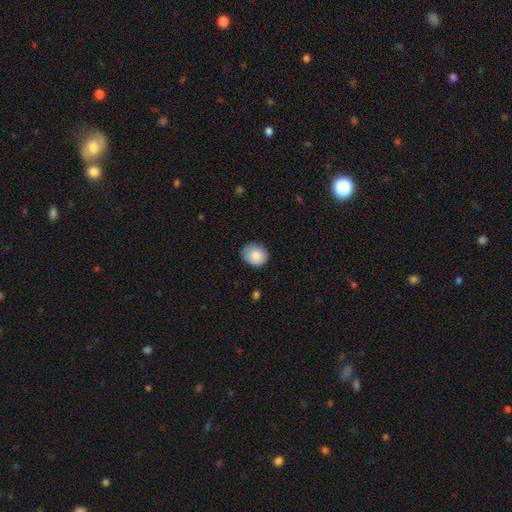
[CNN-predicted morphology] Smooth or featured? Predicted: smooth (p=0.86). How rounded? Predicted: round (p=0.70). Merging? Predicted: none (p=0.82).